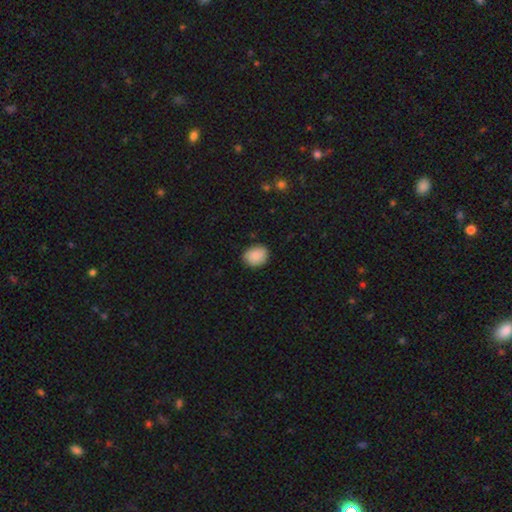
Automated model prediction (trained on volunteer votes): Smooth or featured?
  - smooth: 88% *
  - star or artifact: 7%
  - featured or disk: 4%
How rounded?
  - round: 51% *
  - in between: 48%
  - cigar-shaped: 1%
Merging?
  - none: 81% *
  - minor disturbance: 15%
  - major disturbance: 3%
  - merger: 1%